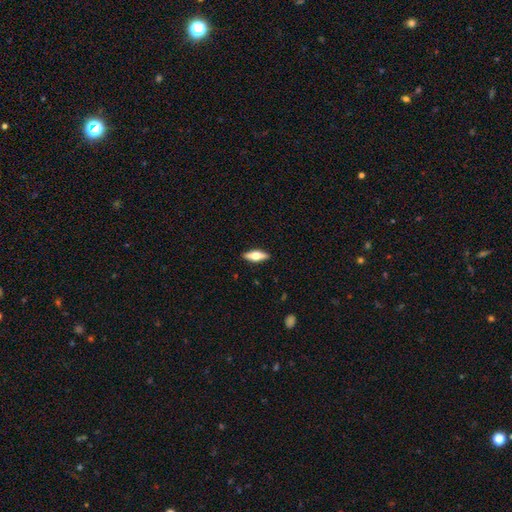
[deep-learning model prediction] smooth_or_featured: featured or disk (p=0.48) [alt: smooth p=0.46]
merging: none (p=0.90) [alt: minor disturbance p=0.07]